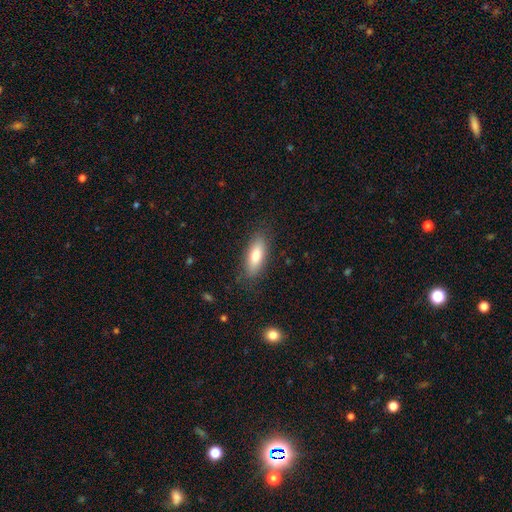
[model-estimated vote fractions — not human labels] This is likely a smooth galaxy (75%). How rounded: likely in between (71%). Merging: clearly none (84%).